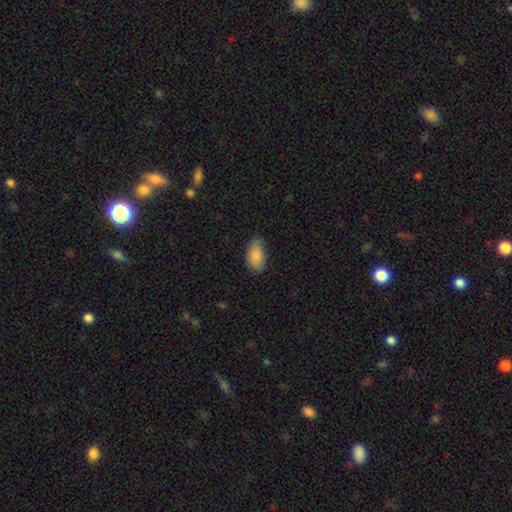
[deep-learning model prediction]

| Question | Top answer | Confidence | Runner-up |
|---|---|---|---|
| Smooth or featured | smooth | 86% | star or artifact (7%) |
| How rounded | in between | 93% | round (5%) |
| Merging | none | 59% | minor disturbance (34%) |